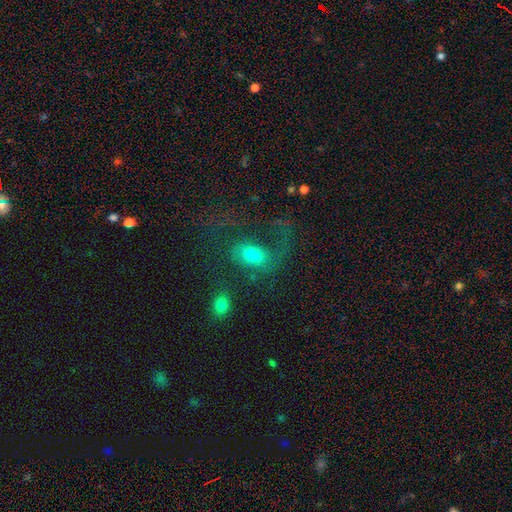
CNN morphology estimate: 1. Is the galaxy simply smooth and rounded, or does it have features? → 50% smooth, 36% featured or disk, 14% star or artifact.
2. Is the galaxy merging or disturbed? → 31% major disturbance, 29% none, 26% merger, 14% minor disturbance.